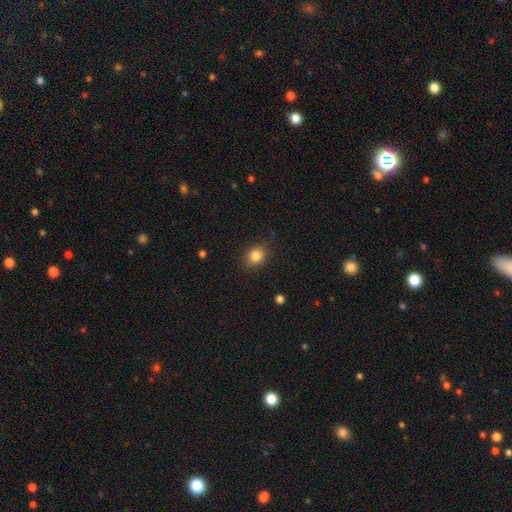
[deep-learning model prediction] Smooth or featured: smooth — 84% (star or artifact — 10%)
How rounded: round — 56% (in between — 43%)
Merging: none — 88% (minor disturbance — 9%)